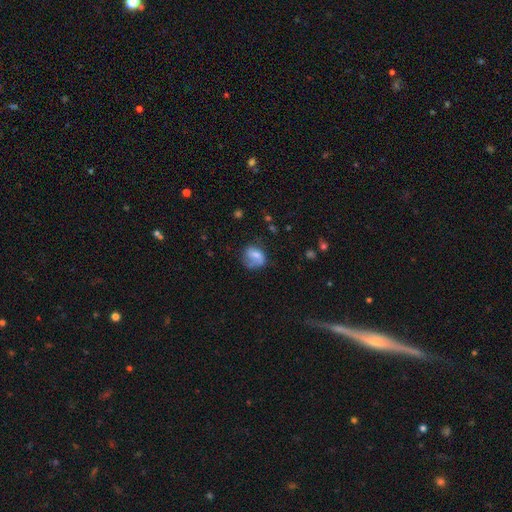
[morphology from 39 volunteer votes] smooth 56%, featured or disk 36%, star or artifact 8%. Down the decision tree: how rounded — in between (55%); merging — none (47%).